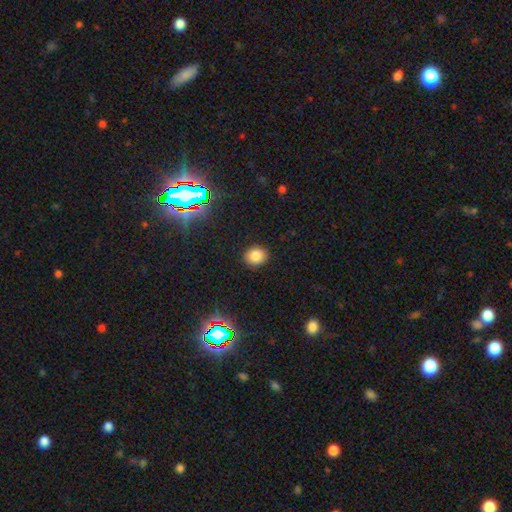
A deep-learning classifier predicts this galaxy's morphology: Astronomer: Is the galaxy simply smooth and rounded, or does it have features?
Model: smooth — 81%.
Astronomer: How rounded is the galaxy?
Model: round — 69%.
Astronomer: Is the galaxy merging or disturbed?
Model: none — 90%.